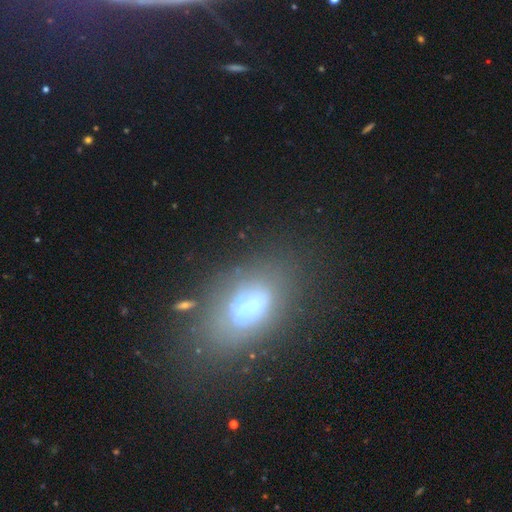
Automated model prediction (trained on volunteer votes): Smooth or featured? Predicted: smooth (p=0.49). Merging? Predicted: none (p=0.76).